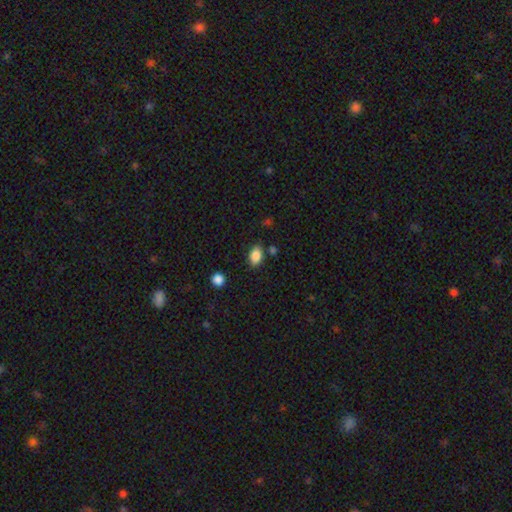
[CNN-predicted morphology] Smooth or featured? smooth (86%)
How rounded? in between (87%)
Merging? none (81%)